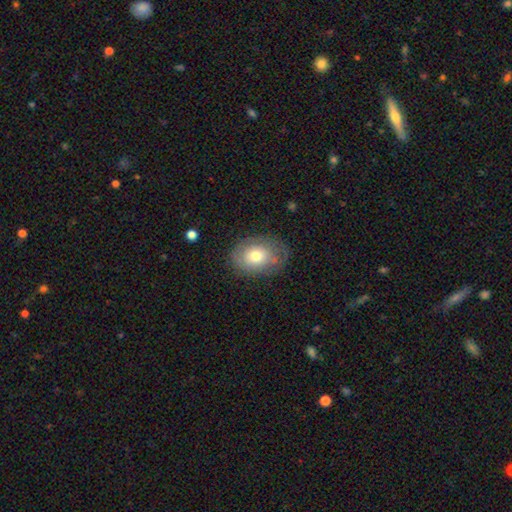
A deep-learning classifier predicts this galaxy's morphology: smooth_or_featured: smooth (p=0.65) [alt: featured or disk p=0.27]
how_rounded: in between (p=0.69) [alt: round p=0.30]
merging: none (p=0.69) [alt: minor disturbance p=0.21]